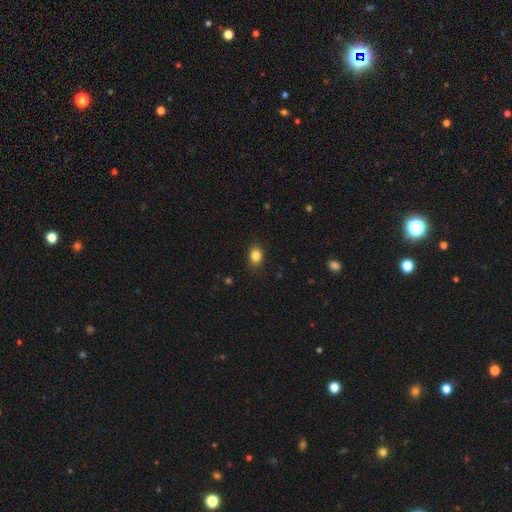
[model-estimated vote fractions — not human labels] smooth_or_featured: smooth (p=0.85) [alt: star or artifact p=0.10]
how_rounded: in between (p=0.67) [alt: round p=0.32]
merging: none (p=0.86) [alt: minor disturbance p=0.11]